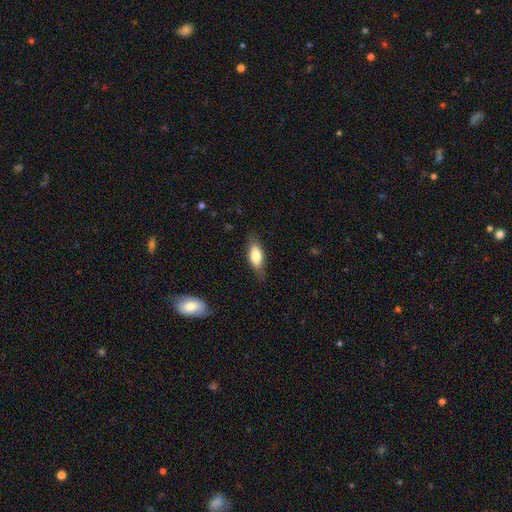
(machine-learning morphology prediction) type=smooth (75%); roundness=in between (80%); merging=none (75%).